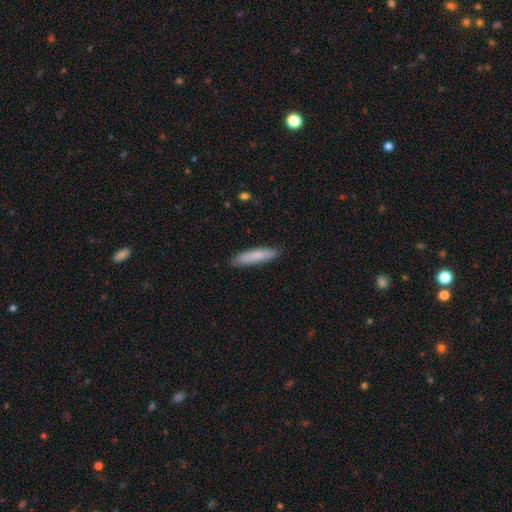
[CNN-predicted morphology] smooth-or-featured: smooth: 83% | featured or disk: 11% | star or artifact: 6%
  how-rounded: cigar-shaped: 84% | in between: 15% | round: 1%
  merging: none: 88% | minor disturbance: 9% | major disturbance: 2% | merger: 1%